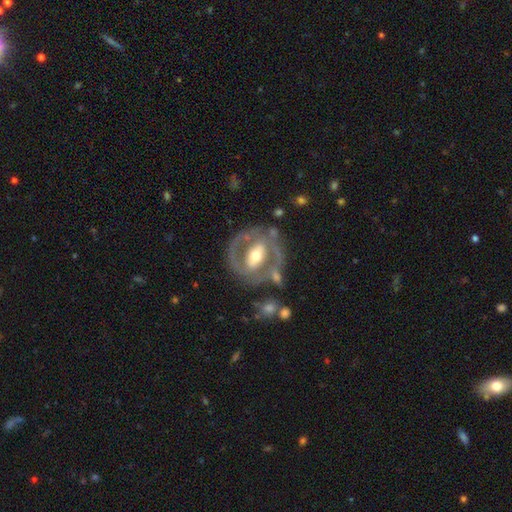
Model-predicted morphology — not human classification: Smooth or featured? featured or disk (80%)
Edge-on disk? no (96%)
Bar? strong (43%)
Spiral arms? yes (69%)
Spiral winding? medium (44%)
Spiral arm count? 2 (78%)
Bulge size? moderate (70%)
Merging? none (66%)